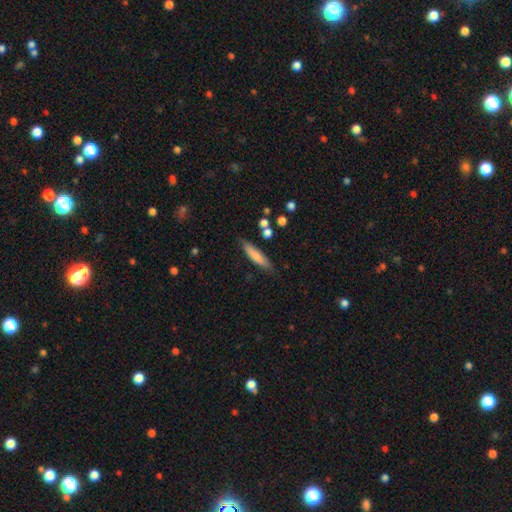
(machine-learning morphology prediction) Smooth or featured: smooth — 76% (featured or disk — 18%)
How rounded: cigar-shaped — 80% (in between — 18%)
Merging: none — 79% (minor disturbance — 14%)